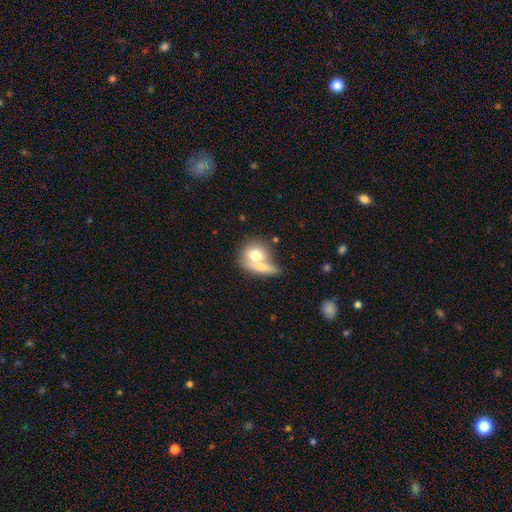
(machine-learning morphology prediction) Smooth or featured?
  - smooth: 69% *
  - featured or disk: 24%
  - star or artifact: 7%
How rounded?
  - round: 60% *
  - in between: 36%
  - cigar-shaped: 4%
Merging?
  - merger: 54% *
  - none: 31%
  - minor disturbance: 9%
  - major disturbance: 6%